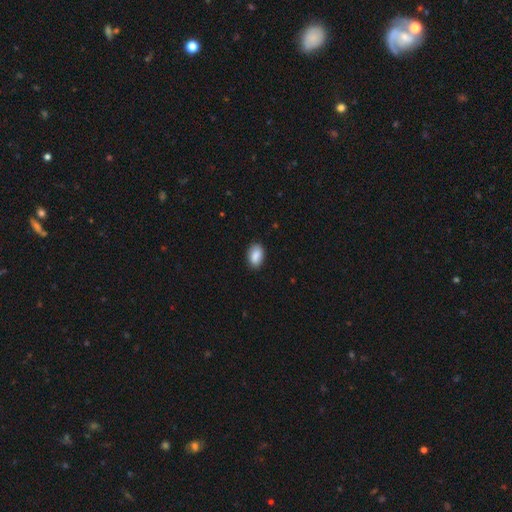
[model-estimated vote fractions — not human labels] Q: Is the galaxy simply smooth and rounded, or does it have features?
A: smooth — 88%.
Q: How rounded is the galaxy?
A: in between — 90%.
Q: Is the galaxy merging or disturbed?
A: none — 86%.